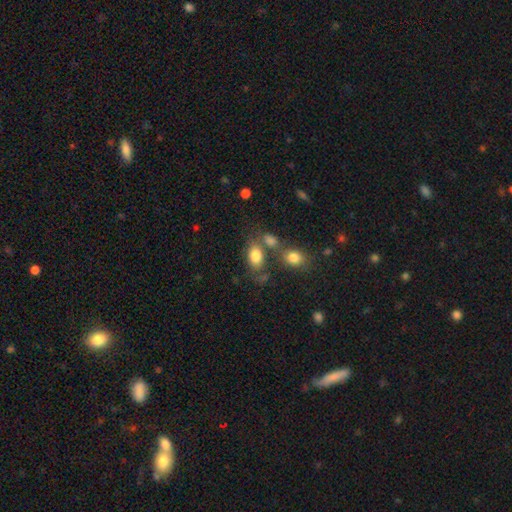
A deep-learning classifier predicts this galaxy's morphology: Smooth or featured?
  - smooth: 82% *
  - star or artifact: 9%
  - featured or disk: 9%
How rounded?
  - in between: 83% *
  - round: 15%
  - cigar-shaped: 2%
Merging?
  - none: 53% *
  - merger: 26%
  - minor disturbance: 14%
  - major disturbance: 7%